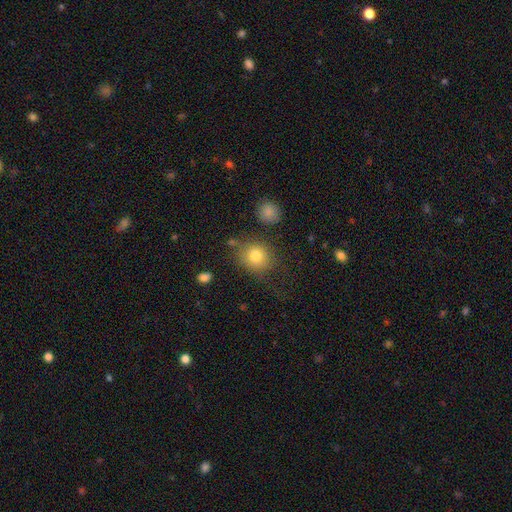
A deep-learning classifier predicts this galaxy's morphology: Smooth or featured?
  - smooth: 80% *
  - star or artifact: 11%
  - featured or disk: 9%
How rounded?
  - round: 78% *
  - in between: 21%
  - cigar-shaped: 1%
Merging?
  - none: 74% *
  - minor disturbance: 15%
  - major disturbance: 7%
  - merger: 5%